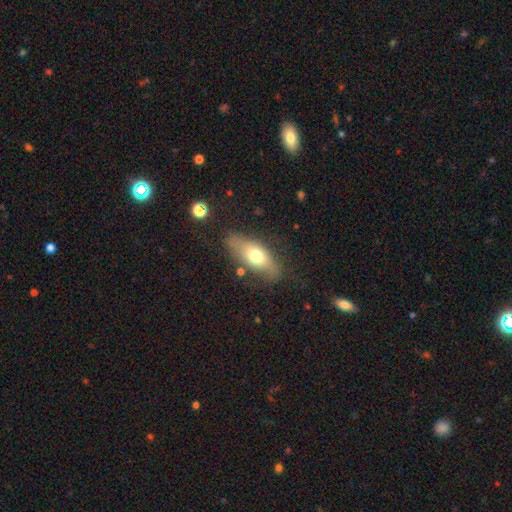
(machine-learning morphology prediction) Smooth or featured? Predicted: smooth (p=0.63). How rounded? Predicted: in between (p=0.79). Merging? Predicted: none (p=0.68).